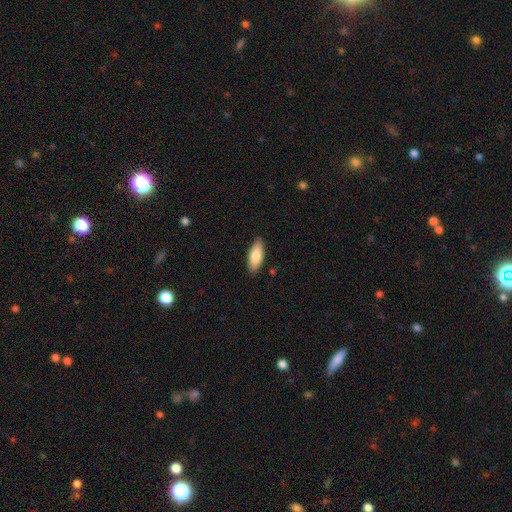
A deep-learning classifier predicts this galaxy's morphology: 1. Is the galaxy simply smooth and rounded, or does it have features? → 84% smooth, 10% featured or disk, 6% star or artifact.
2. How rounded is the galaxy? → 79% in between, 19% cigar-shaped, 2% round.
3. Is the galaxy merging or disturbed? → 87% none, 10% minor disturbance, 2% major disturbance, 1% merger.